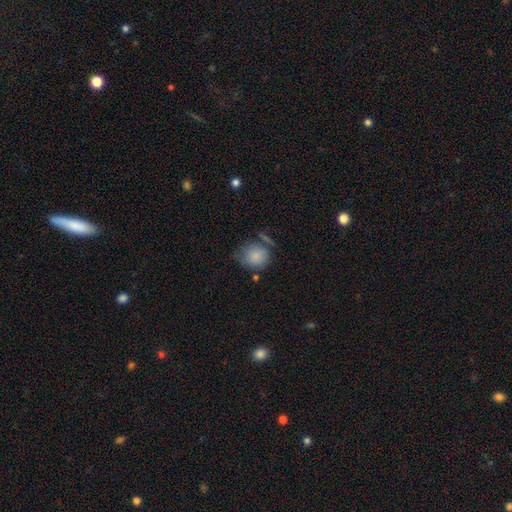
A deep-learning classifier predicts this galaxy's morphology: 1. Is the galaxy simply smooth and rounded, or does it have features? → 85% smooth, 8% star or artifact, 8% featured or disk.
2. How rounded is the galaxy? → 80% round, 19% in between, 1% cigar-shaped.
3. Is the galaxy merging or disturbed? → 59% none, 23% minor disturbance, 11% merger, 7% major disturbance.